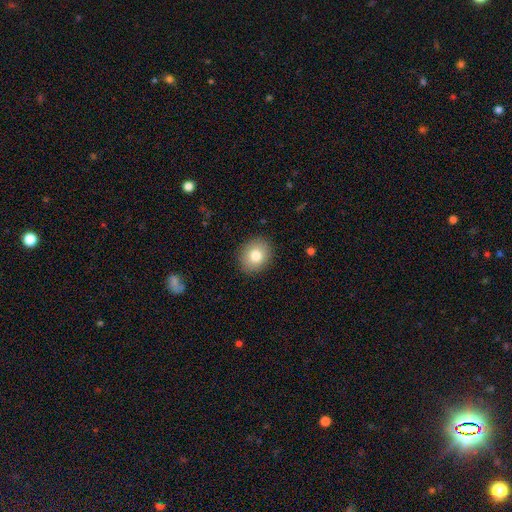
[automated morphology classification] A smooth galaxy with no disk features (80%) that is round (64%). Merging: none (89%).